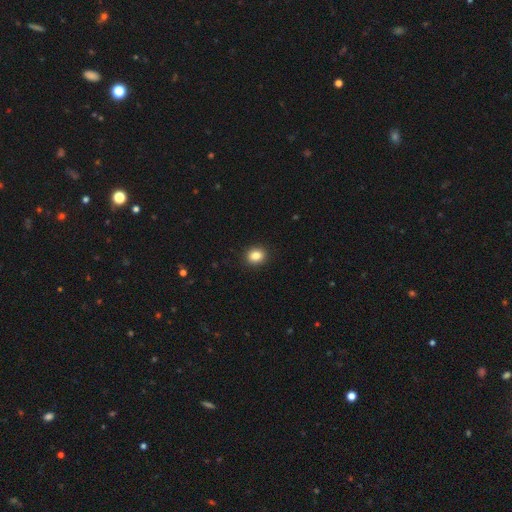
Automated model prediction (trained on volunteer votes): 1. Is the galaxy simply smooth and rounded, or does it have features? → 85% smooth, 10% star or artifact, 5% featured or disk.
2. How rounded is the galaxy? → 63% round, 36% in between, 1% cigar-shaped.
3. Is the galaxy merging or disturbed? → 92% none, 6% minor disturbance, 2% major disturbance, 1% merger.